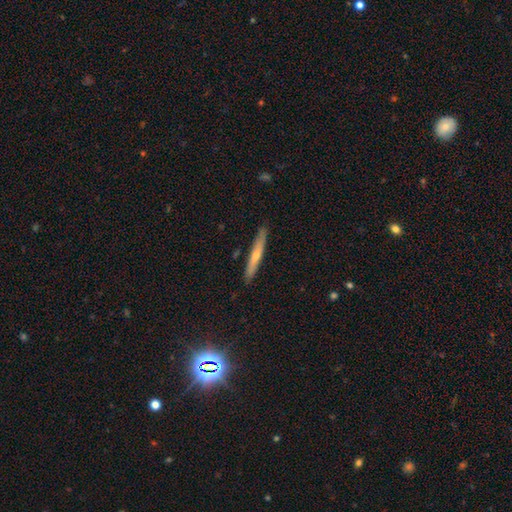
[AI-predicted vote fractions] Q: Smooth or featured?
A: featured or disk (50%); runner-up: smooth (44%)
Q: Merging?
A: none (89%); runner-up: minor disturbance (9%)